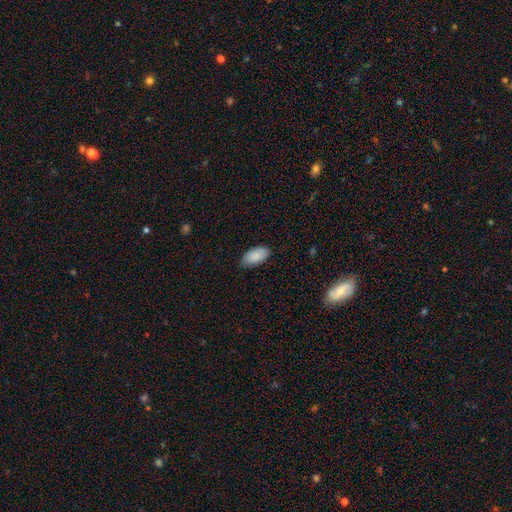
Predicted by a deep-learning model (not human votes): smooth_or_featured: smooth (p=0.87) [alt: featured or disk p=0.07]
how_rounded: in between (p=0.95) [alt: cigar-shaped p=0.03]
merging: none (p=0.77) [alt: minor disturbance p=0.20]